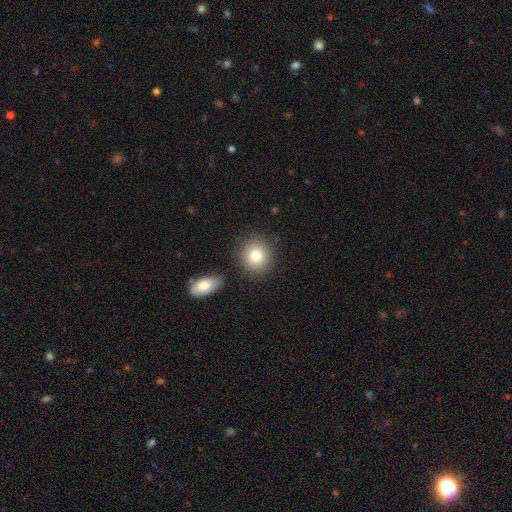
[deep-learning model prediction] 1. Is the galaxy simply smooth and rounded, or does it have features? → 80% smooth, 10% featured or disk, 9% star or artifact.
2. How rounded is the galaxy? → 83% round, 16% in between, 1% cigar-shaped.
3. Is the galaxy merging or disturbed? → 84% none, 8% minor disturbance, 5% merger, 3% major disturbance.